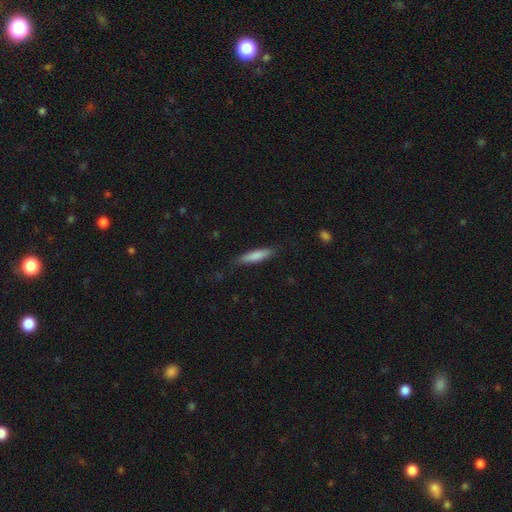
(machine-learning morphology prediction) Smooth or featured: smooth — 81% (featured or disk — 14%)
How rounded: cigar-shaped — 77% (in between — 21%)
Merging: none — 81% (minor disturbance — 14%)